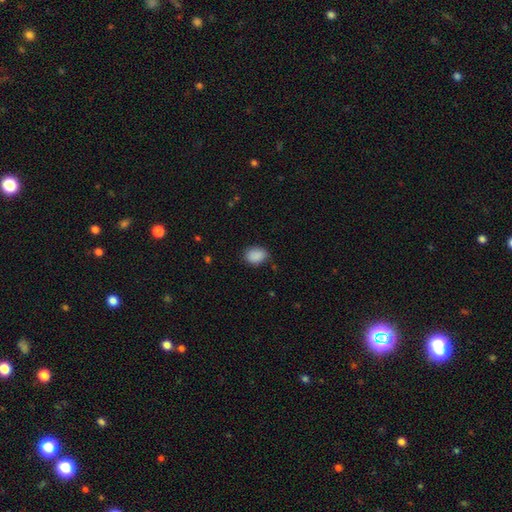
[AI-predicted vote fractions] Smooth or featured? smooth (89%)
How rounded? in between (68%)
Merging? none (79%)